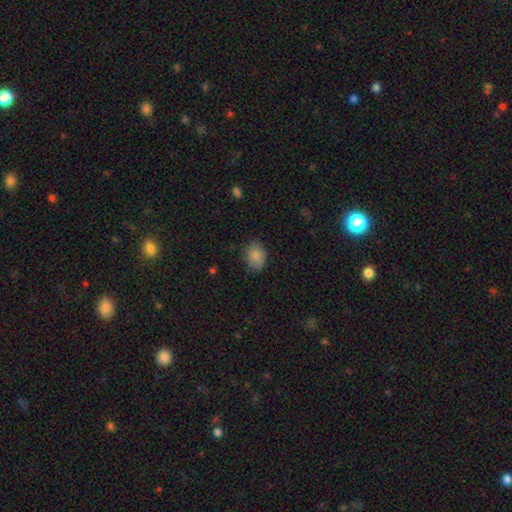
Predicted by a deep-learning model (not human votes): smooth 86%, star or artifact 8%, featured or disk 6%. Down the decision tree: how rounded — in between (68%); merging — none (77%).